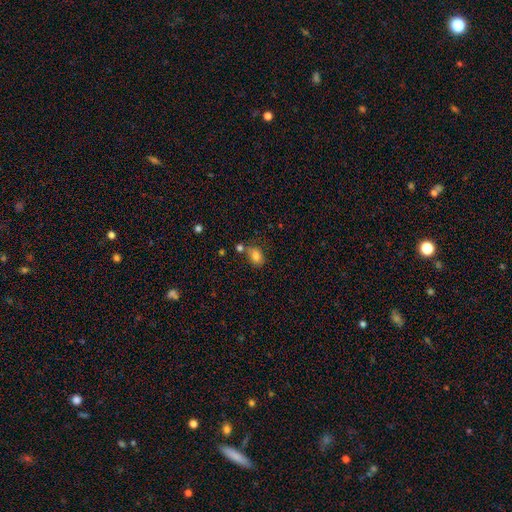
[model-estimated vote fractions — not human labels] smooth_or_featured: smooth (p=0.81) [alt: star or artifact p=0.10]
how_rounded: in between (p=0.75) [alt: round p=0.24]
merging: none (p=0.56) [alt: merger p=0.20]